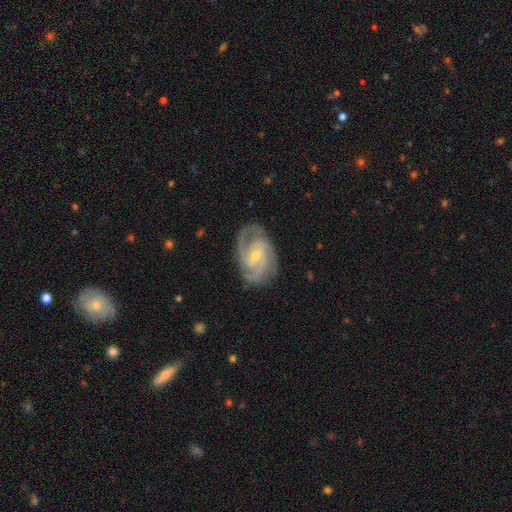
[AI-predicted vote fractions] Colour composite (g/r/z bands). It shows a featured or disk galaxy (91%) with no bar (45%), 3 (45%) tight (49%) spiral arms (98%) and a small central bulge (68%). Merging: none (78%).